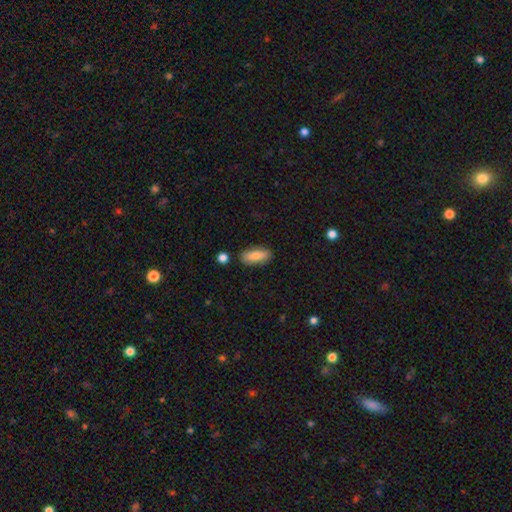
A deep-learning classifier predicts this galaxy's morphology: Smooth or featured? Predicted: smooth (p=0.81). How rounded? Predicted: in between (p=0.77). Merging? Predicted: none (p=0.84).